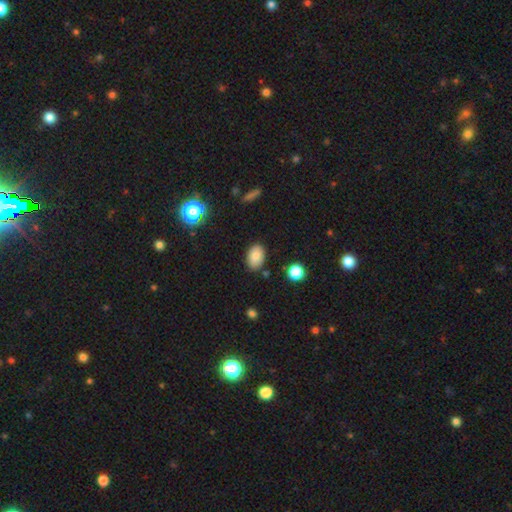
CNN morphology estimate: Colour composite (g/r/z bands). It shows a smooth galaxy with no disk features (83%) that is in between round and cigar-shaped (86%). Merging: none (83%).